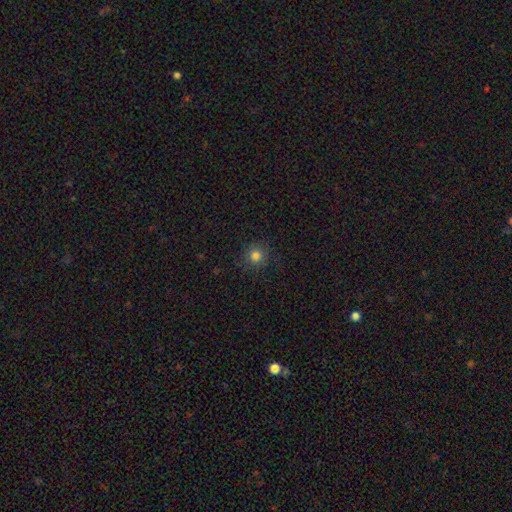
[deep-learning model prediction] Smooth or featured: smooth — 81% (star or artifact — 13%)
How rounded: round — 93% (in between — 6%)
Merging: none — 88% (minor disturbance — 8%)